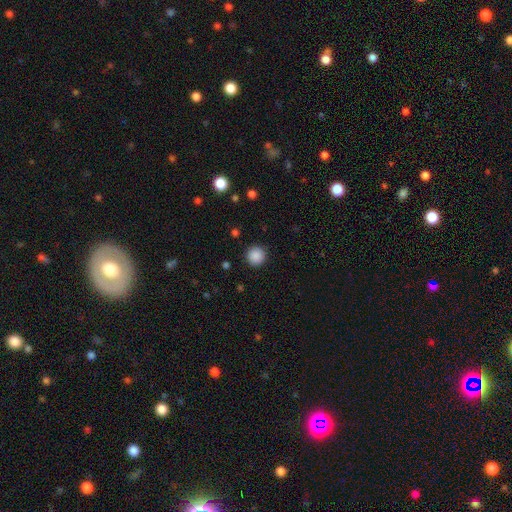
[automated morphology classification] This is clearly a smooth galaxy (88%). How rounded: clearly round (95%). Merging: clearly none (91%).